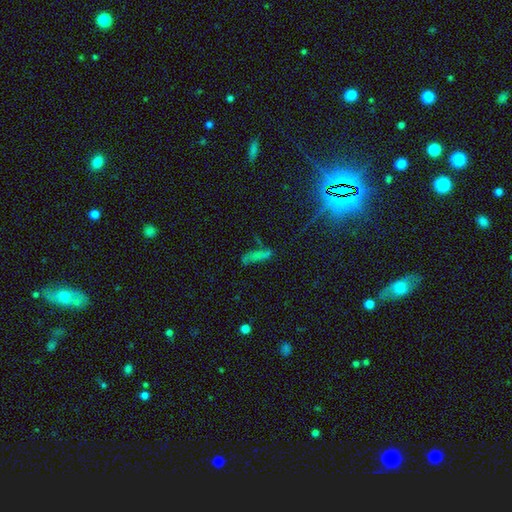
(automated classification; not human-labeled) Smooth or featured?
  - smooth: 60% *
  - featured or disk: 23%
  - star or artifact: 17%
How rounded?
  - cigar-shaped: 64% *
  - in between: 33%
  - round: 3%
Merging?
  - none: 50% *
  - minor disturbance: 24%
  - major disturbance: 14%
  - merger: 12%